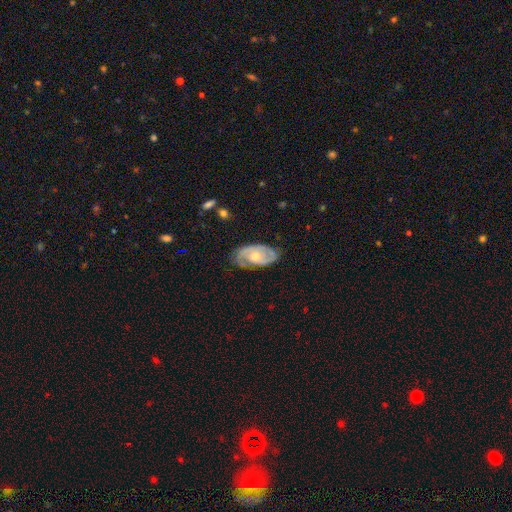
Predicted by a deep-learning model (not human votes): The model was most divided on "spiral winding": tight: 49%, medium: 38%, loose: 13%. More confident: edge-on disk — no (94%); spiral arms — yes (87%); smooth or featured — featured or disk (74%); bar — no (72%); merging — none (70%); spiral arm count — 2 (65%); bulge size — moderate (53%).